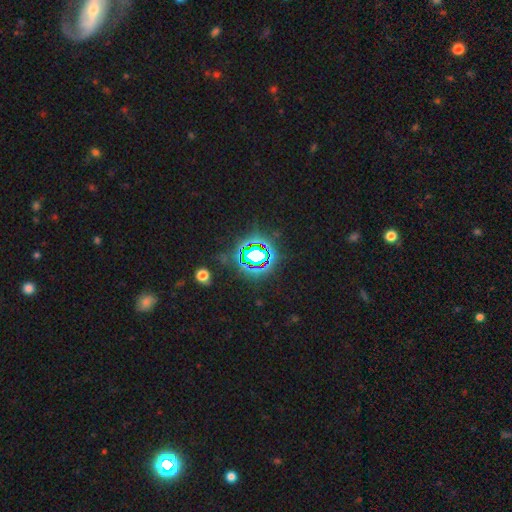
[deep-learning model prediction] Smooth or featured: star or artifact — 76% (smooth — 14%)